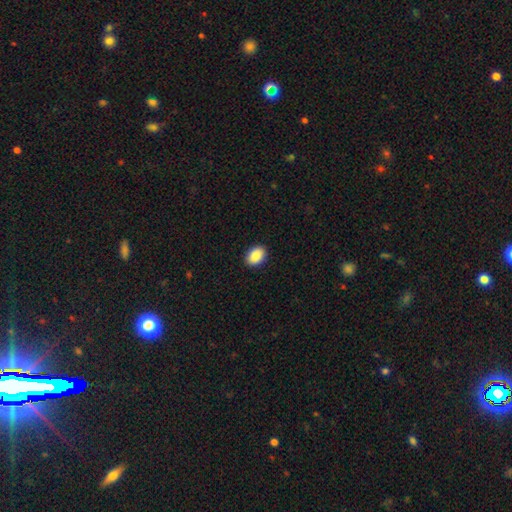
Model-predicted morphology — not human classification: Smooth or featured? smooth (89%)
How rounded? in between (83%)
Merging? none (91%)